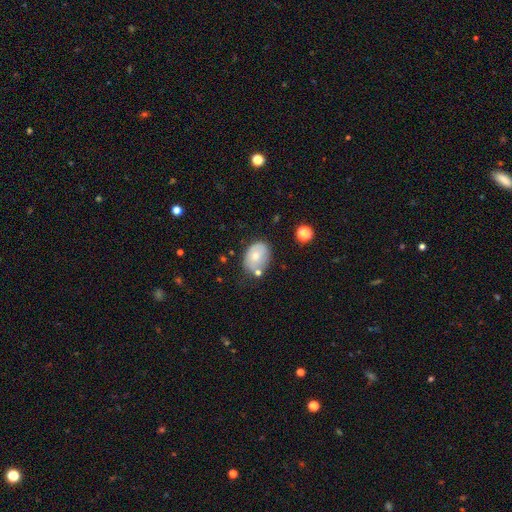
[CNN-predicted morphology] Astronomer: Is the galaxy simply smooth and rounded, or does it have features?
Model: smooth — 67%.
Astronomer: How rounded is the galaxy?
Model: in between — 72%.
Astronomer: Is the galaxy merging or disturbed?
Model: none — 58%.